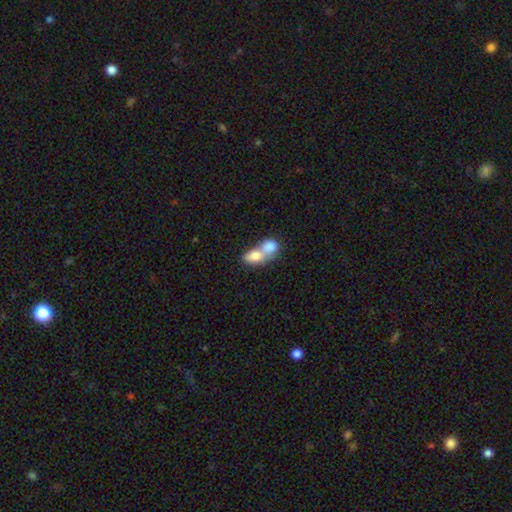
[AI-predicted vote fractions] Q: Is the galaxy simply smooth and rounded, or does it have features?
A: smooth — 75%.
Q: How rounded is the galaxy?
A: in between — 71%.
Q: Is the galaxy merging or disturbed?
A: merger — 78%.